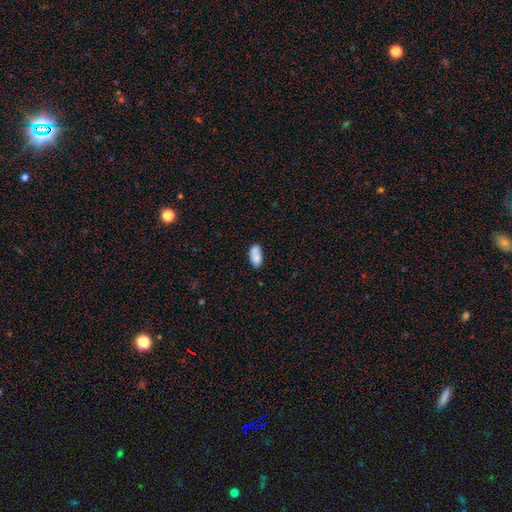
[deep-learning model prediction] Smooth or featured? smooth (81%)
How rounded? in between (90%)
Merging? none (63%)